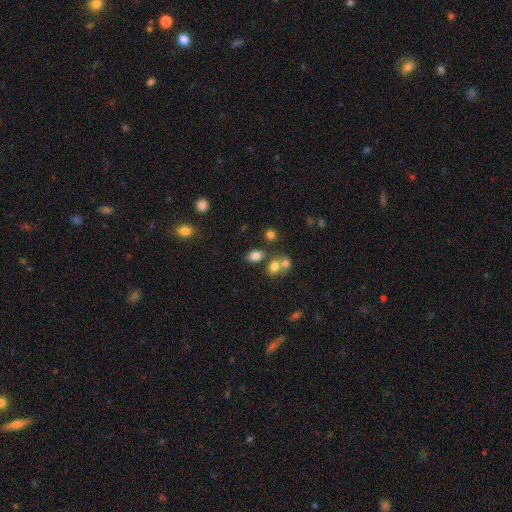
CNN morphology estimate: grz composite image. It shows a smooth galaxy with no disk features (79%) that is in between round and cigar-shaped (70%). Merging: none (65%).